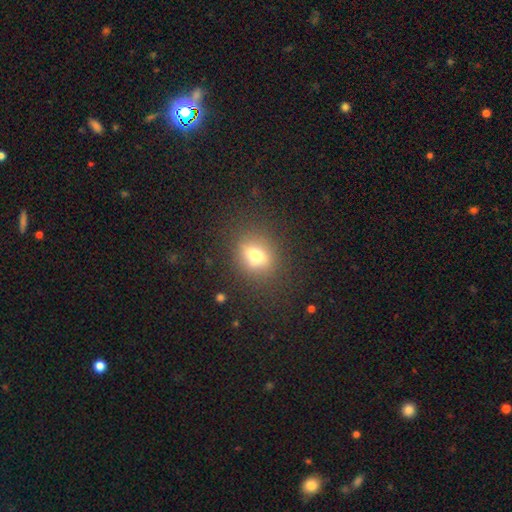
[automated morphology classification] Overall: smooth (61%; featured or disk 24%). How rounded: round (50%; in between 46%). Merging: none (72%).